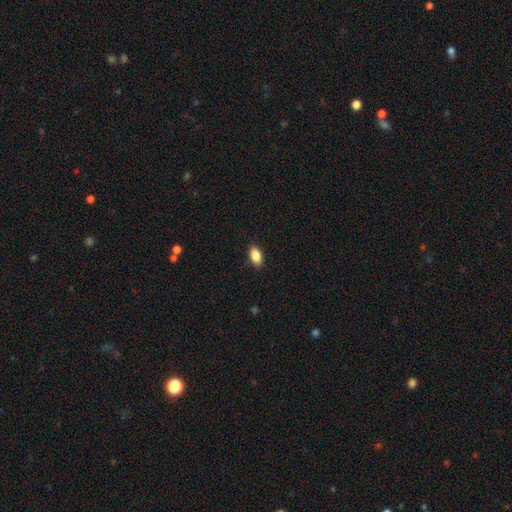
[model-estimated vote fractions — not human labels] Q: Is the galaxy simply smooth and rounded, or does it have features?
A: smooth — 88%.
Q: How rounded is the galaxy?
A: in between — 91%.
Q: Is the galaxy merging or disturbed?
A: none — 89%.